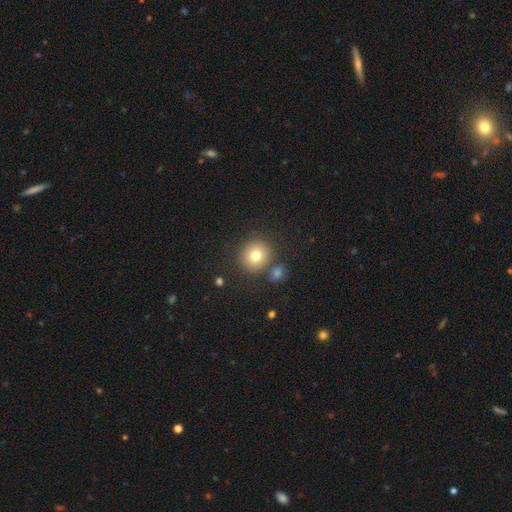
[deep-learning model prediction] Smooth or featured?
  - smooth: 77% *
  - star or artifact: 12%
  - featured or disk: 11%
How rounded?
  - round: 90% *
  - in between: 9%
  - cigar-shaped: 1%
Merging?
  - none: 78% *
  - merger: 10%
  - minor disturbance: 8%
  - major disturbance: 3%